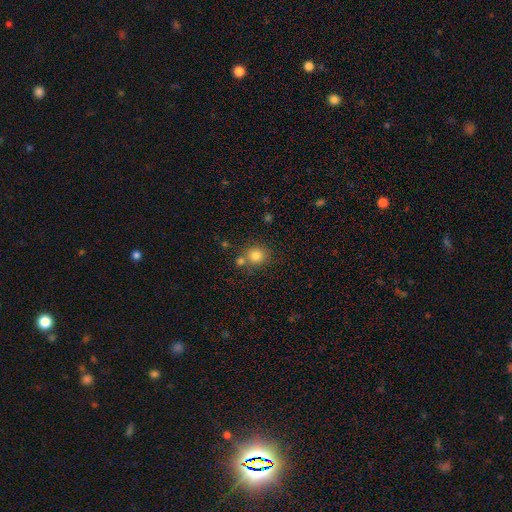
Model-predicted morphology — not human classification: This is clearly a smooth galaxy (82%). How rounded: clearly round (87%). Merging: likely none (66%).